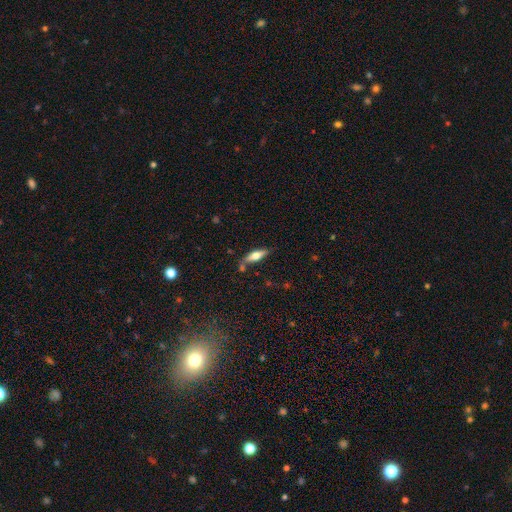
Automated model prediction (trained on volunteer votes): Morphology: type=smooth (56%); roundness=cigar-shaped (50%); merging=none (67%).